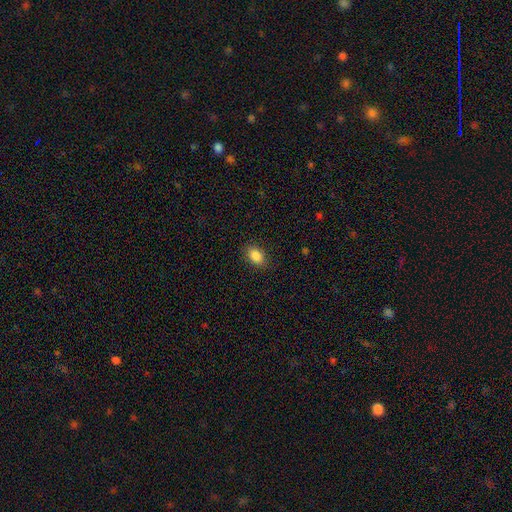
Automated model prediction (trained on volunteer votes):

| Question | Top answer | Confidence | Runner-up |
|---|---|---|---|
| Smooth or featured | smooth | 87% | star or artifact (8%) |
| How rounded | in between | 83% | round (16%) |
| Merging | none | 85% | minor disturbance (11%) |